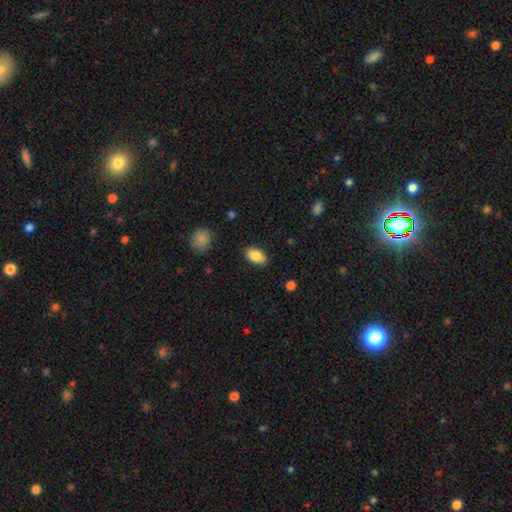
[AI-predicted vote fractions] smooth 86%, star or artifact 7%, featured or disk 7%. Down the decision tree: how rounded — in between (92%); merging — none (87%).